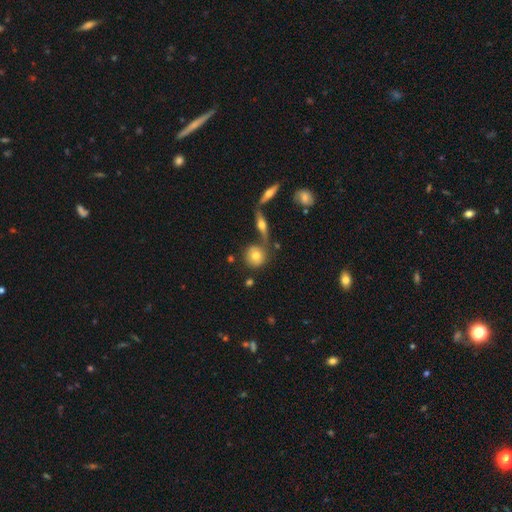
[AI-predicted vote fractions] Overall: smooth (70%). How rounded: round (86%). Merging: none (65%).